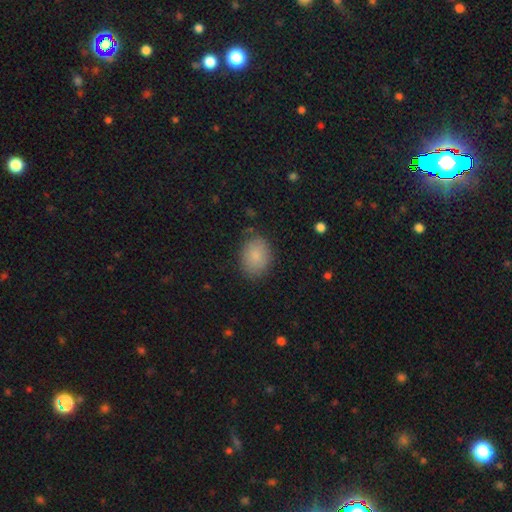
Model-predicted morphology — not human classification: Smooth or featured?
  - smooth: 85% *
  - star or artifact: 8%
  - featured or disk: 7%
How rounded?
  - in between: 62% *
  - round: 37%
  - cigar-shaped: 1%
Merging?
  - none: 82% *
  - minor disturbance: 13%
  - major disturbance: 3%
  - merger: 1%